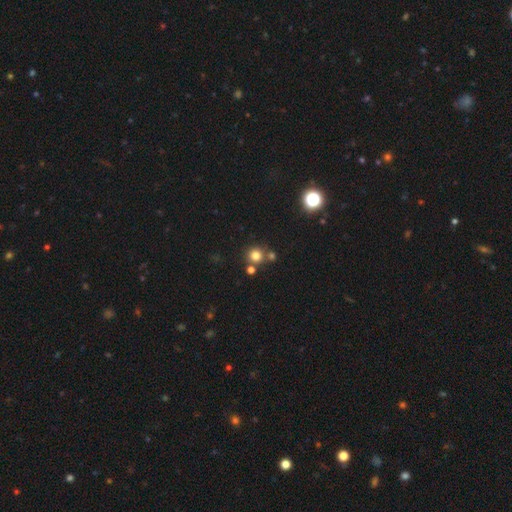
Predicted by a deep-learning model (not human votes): Overall: smooth (77%). How rounded: round (92%). Merging: none (70%).